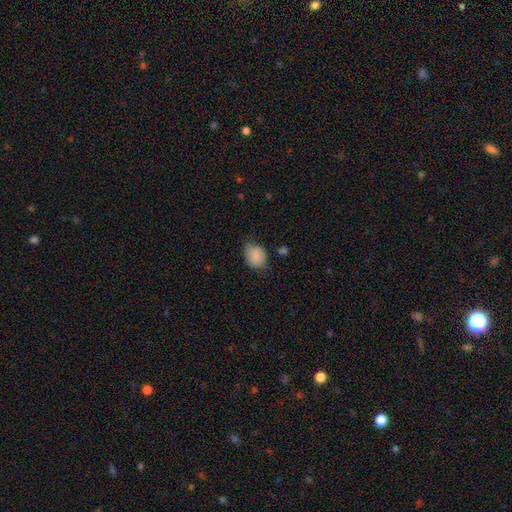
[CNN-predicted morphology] A smooth galaxy with no disk features (86%) that is in between round and cigar-shaped (55%). Merging: none (54%).